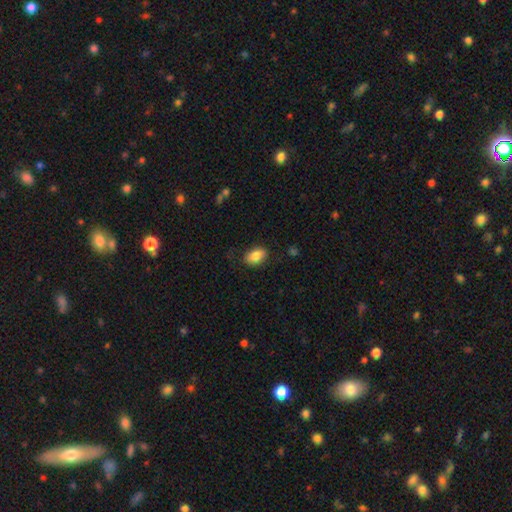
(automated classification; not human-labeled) The model was most divided on "merging": none: 82%, minor disturbance: 13%, major disturbance: 3%, merger: 1%. More confident: how rounded — in between (85%); smooth or featured — smooth (84%).